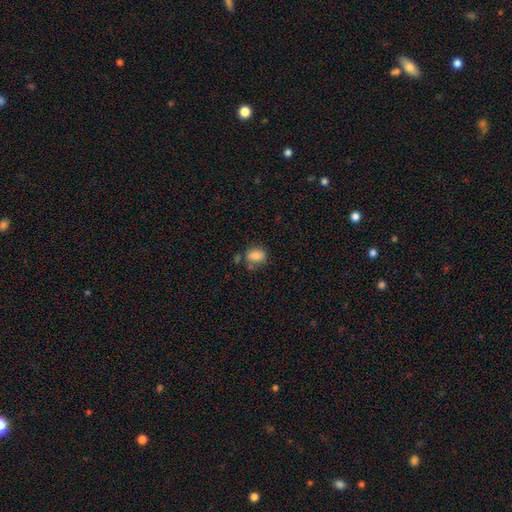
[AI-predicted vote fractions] A smooth galaxy with no disk features (81%) that is in between round and cigar-shaped (72%).

Vote fractions:
- Smooth or featured? smooth: 81% / featured or disk: 10% / star or artifact: 9%
- How rounded? in between: 72% / round: 25% / cigar-shaped: 3%
- Merging? none: 63% / minor disturbance: 20% / merger: 11% / major disturbance: 6%